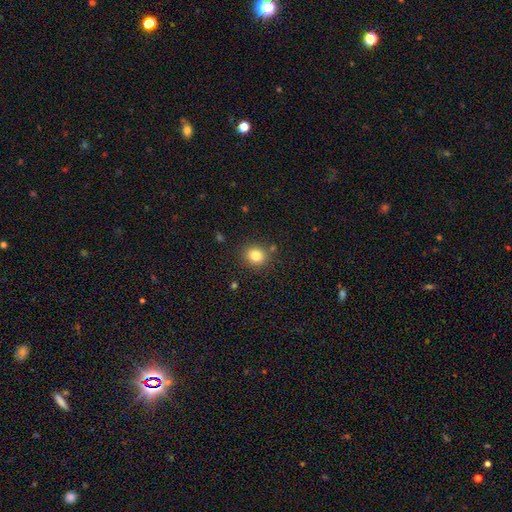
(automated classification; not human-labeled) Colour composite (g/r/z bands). It shows a smooth galaxy with no disk features (82%) that is round (76%). Merging: none (85%).